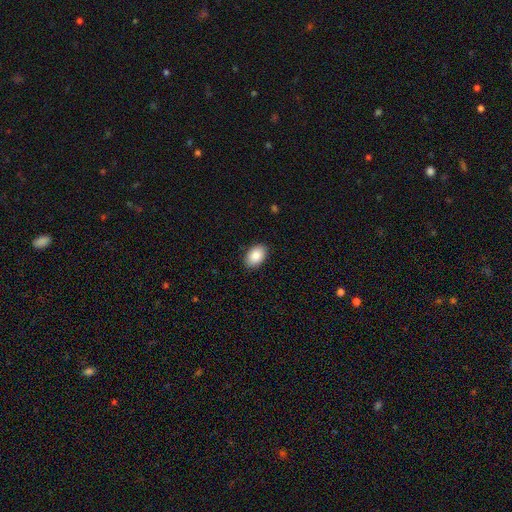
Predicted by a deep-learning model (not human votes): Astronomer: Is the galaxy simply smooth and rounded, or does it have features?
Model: smooth — 87%.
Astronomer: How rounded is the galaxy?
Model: in between — 88%.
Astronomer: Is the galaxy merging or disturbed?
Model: none — 89%.